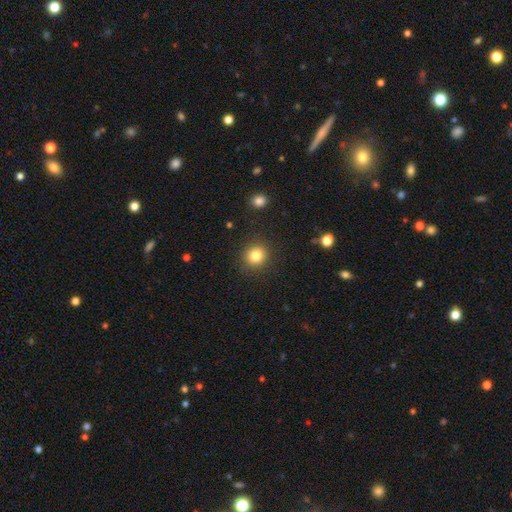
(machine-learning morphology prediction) Smooth or featured: smooth — 83% (star or artifact — 11%)
How rounded: round — 88% (in between — 11%)
Merging: none — 89% (minor disturbance — 7%)